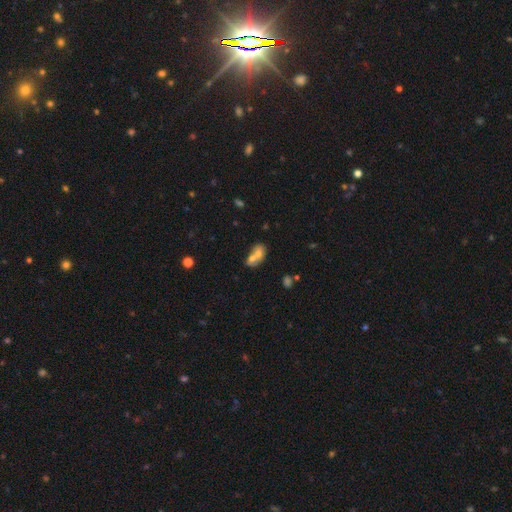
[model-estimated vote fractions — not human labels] The model was most divided on "smooth or featured": smooth: 64%, featured or disk: 26%, star or artifact: 10%. More confident: how rounded — in between (73%); merging — merger (66%).